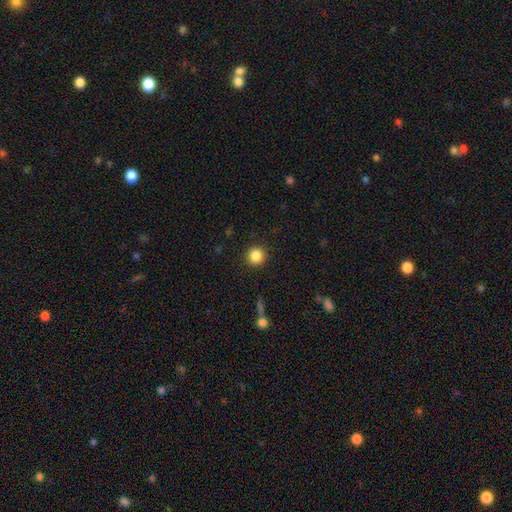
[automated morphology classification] This is clearly a smooth galaxy (86%). How rounded: clearly round (92%). Merging: clearly none (90%).